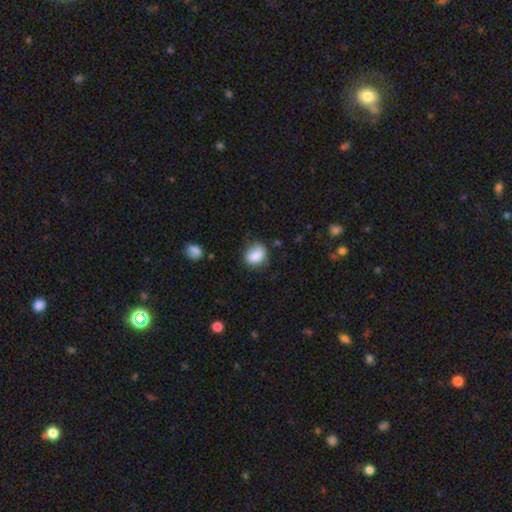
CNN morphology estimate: smooth 84%, featured or disk 8%, star or artifact 8%. Down the decision tree: how rounded — in between (58%); merging — none (67%).